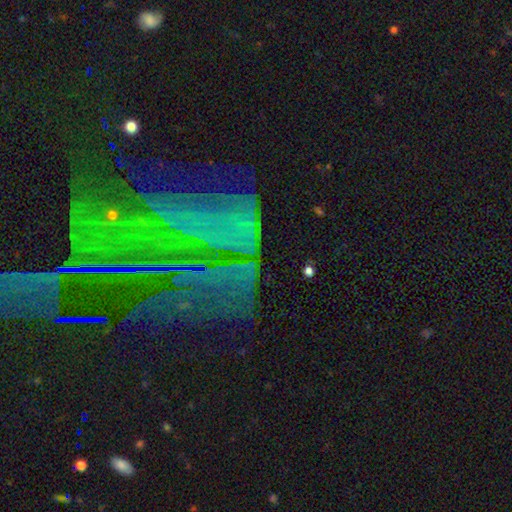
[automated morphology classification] Q: Smooth or featured?
A: star or artifact (74%); runner-up: featured or disk (14%)